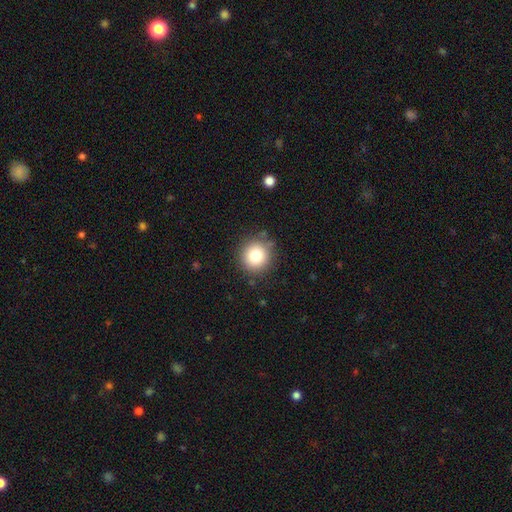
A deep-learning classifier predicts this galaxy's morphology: smooth_or_featured: smooth (p=0.81) [alt: star or artifact p=0.11]
how_rounded: round (p=0.91) [alt: in between p=0.08]
merging: none (p=0.86) [alt: minor disturbance p=0.09]